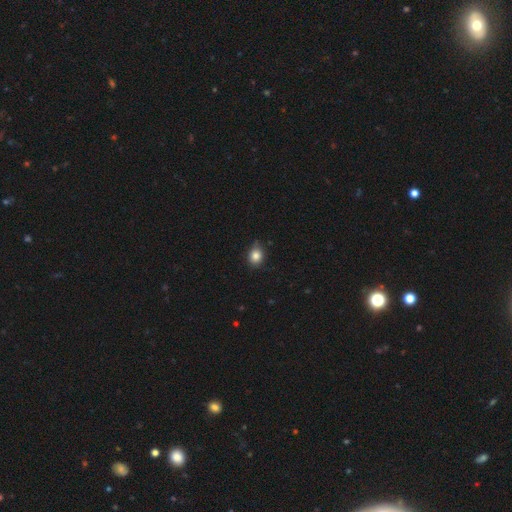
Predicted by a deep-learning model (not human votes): Smooth or featured? smooth (84%)
How rounded? round (60%)
Merging? none (72%)